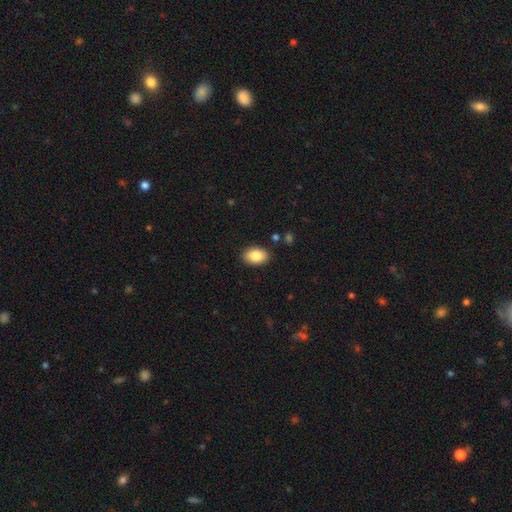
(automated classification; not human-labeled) Morphology: type=smooth (86%); roundness=in between (88%); merging=none (88%).